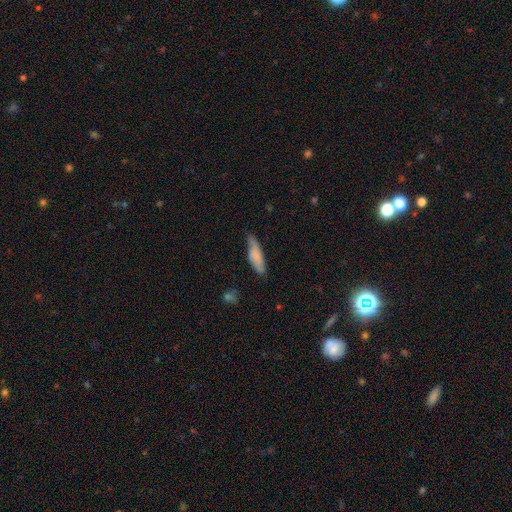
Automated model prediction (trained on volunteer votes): smooth 67%, featured or disk 26%, star or artifact 7%. Down the decision tree: how rounded — cigar-shaped (60%); merging — none (59%).